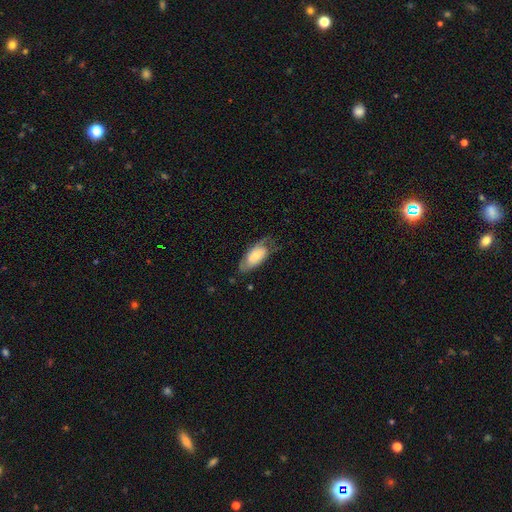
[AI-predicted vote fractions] smooth 54%, featured or disk 40%, star or artifact 6%. Down the decision tree: how rounded — in between (88%); merging — none (55%).